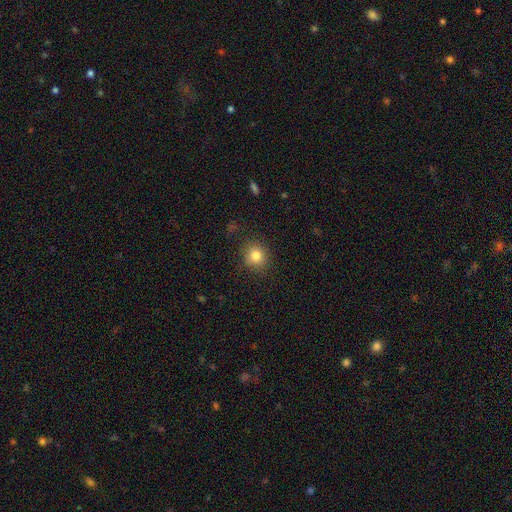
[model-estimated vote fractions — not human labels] Smooth or featured? Predicted: smooth (p=0.82). How rounded? Predicted: round (p=0.86). Merging? Predicted: none (p=0.85).